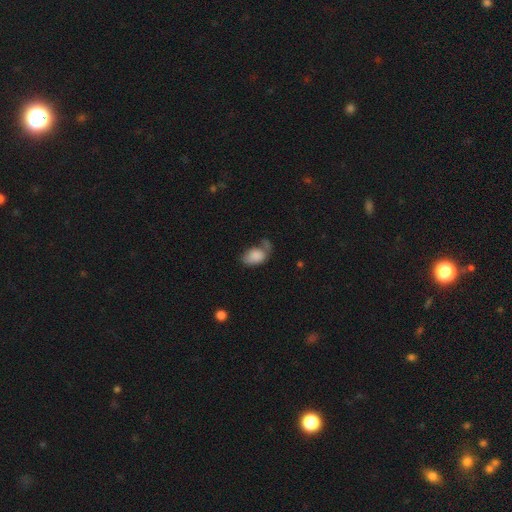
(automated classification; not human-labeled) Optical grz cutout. It shows a smooth galaxy with no disk features (81%) that is in between round and cigar-shaped (87%). Merging: none (32%).